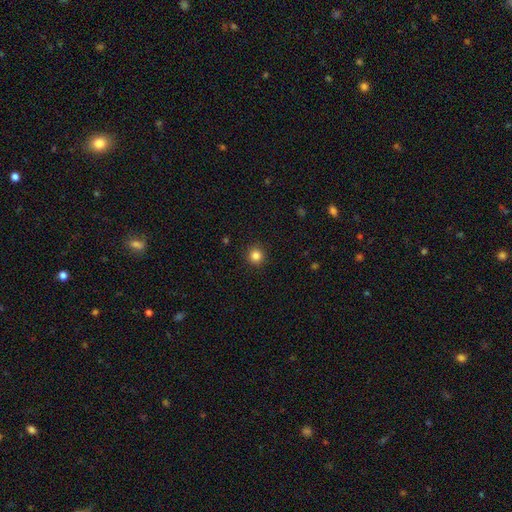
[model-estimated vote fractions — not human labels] The model was most divided on "smooth or featured": smooth: 84%, star or artifact: 12%, featured or disk: 4%. More confident: how rounded — round (94%); merging — none (92%).